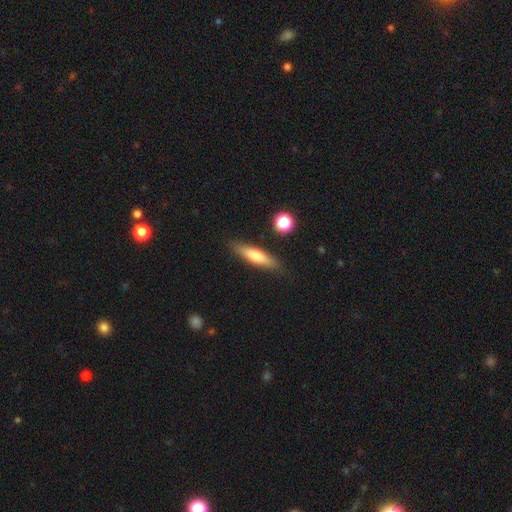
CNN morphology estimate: This appears to be a smooth galaxy with no disk features (67%) that is cigar-shaped (73%). Merging: none (85%).